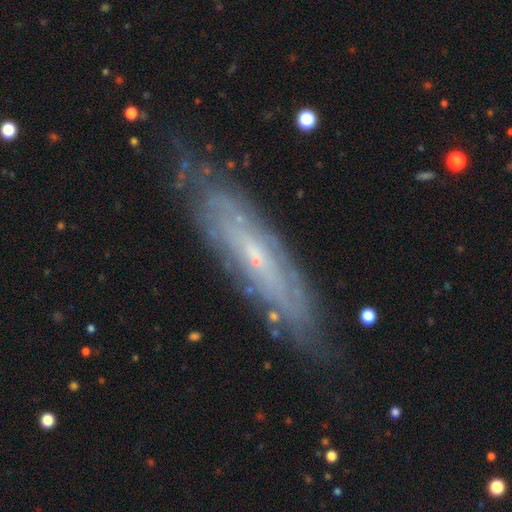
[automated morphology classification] featured or disk 76%, smooth 17%, star or artifact 7%. Down the decision tree: edge-on disk — no (68%); bar — no (62%); spiral arms — yes (80%); bulge size — small (79%); merging — none (78%).